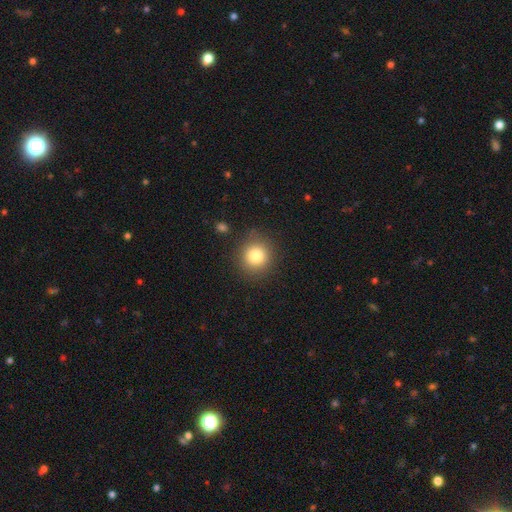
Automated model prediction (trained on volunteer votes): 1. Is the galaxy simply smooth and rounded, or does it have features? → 83% smooth, 10% star or artifact, 7% featured or disk.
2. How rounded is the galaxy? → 89% round, 10% in between, 1% cigar-shaped.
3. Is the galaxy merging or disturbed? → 85% none, 10% minor disturbance, 3% major disturbance, 2% merger.